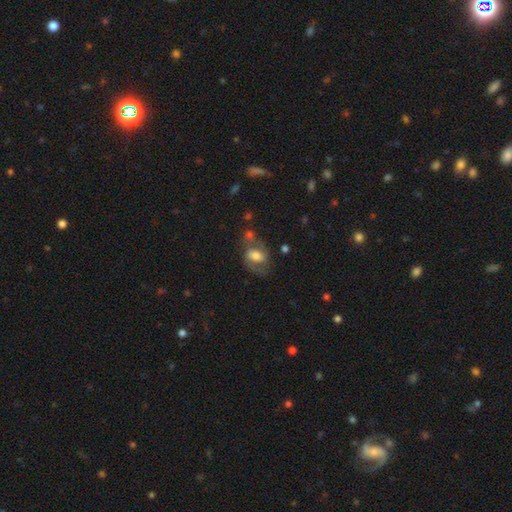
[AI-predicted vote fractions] This appears to be a featured or disk galaxy (55%) with a weak bar (41%), spiral arms (77%) and a moderate central bulge (48%). Merging: none (52%).